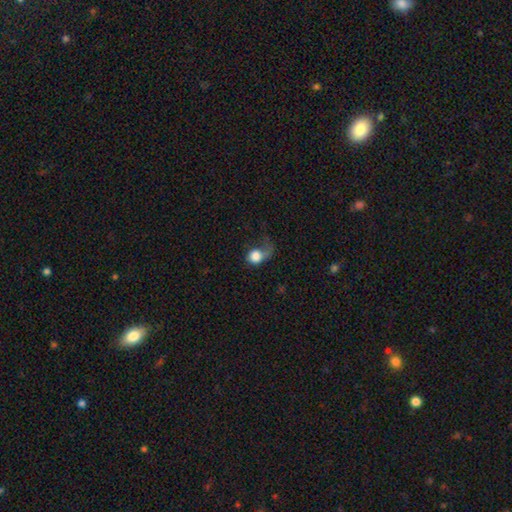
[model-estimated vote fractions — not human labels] This appears to be a smooth galaxy with no disk features (74%) that is round (70%). Merging: major disturbance (54%).